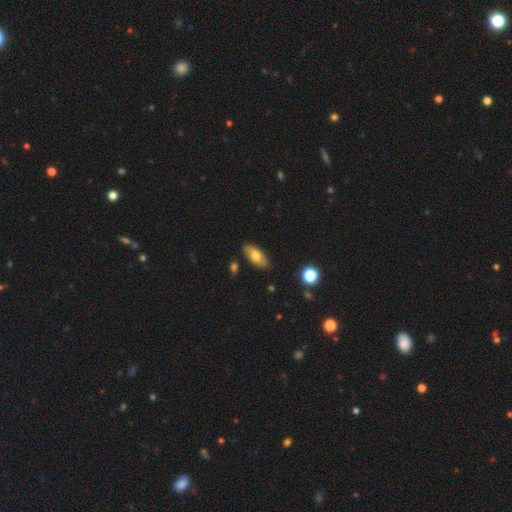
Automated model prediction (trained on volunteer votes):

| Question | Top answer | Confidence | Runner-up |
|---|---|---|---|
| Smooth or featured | smooth | 62% | featured or disk (30%) |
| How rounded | in between | 87% | cigar-shaped (9%) |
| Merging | none | 84% | minor disturbance (12%) |